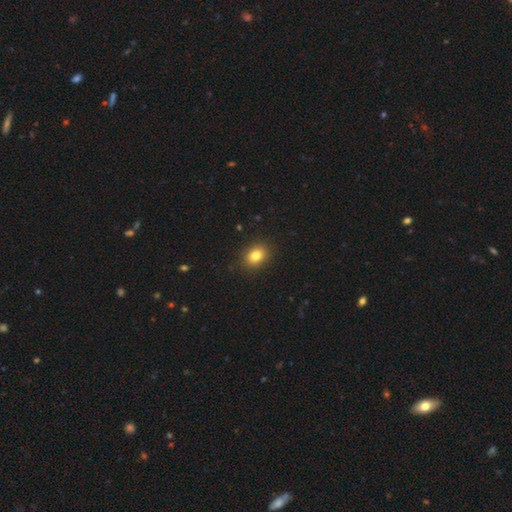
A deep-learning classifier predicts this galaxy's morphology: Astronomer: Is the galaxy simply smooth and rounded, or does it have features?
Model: smooth — 82%.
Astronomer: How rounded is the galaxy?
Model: in between — 58% (runner-up: round, 41%).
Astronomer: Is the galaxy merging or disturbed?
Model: none — 90%.